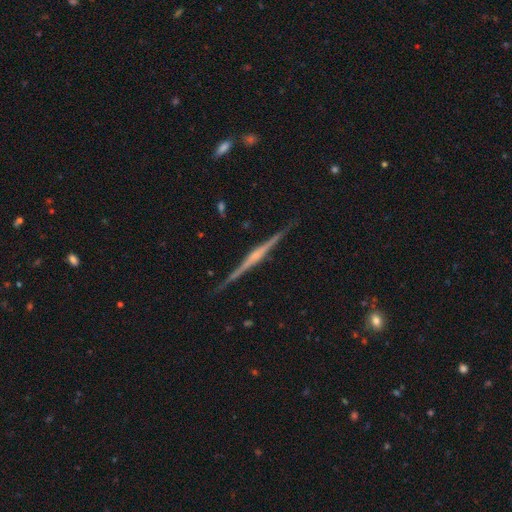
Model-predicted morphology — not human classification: smooth-or-featured: featured or disk: 85% | smooth: 10% | star or artifact: 6%
  disk-edge-on: yes: 98% | no: 2%
    edge-on-bulge: rounded: 63% | none: 19% | boxy: 18%
  merging: none: 90% | minor disturbance: 7% | major disturbance: 2% | merger: 1%